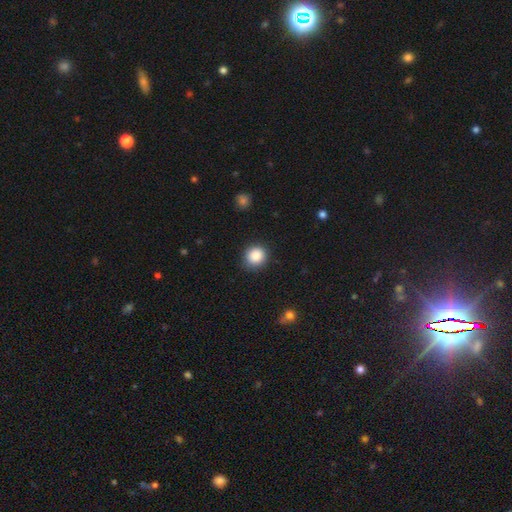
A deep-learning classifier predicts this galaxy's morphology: Smooth or featured: smooth — 87% (star or artifact — 9%)
How rounded: round — 86% (in between — 13%)
Merging: none — 87% (minor disturbance — 10%)